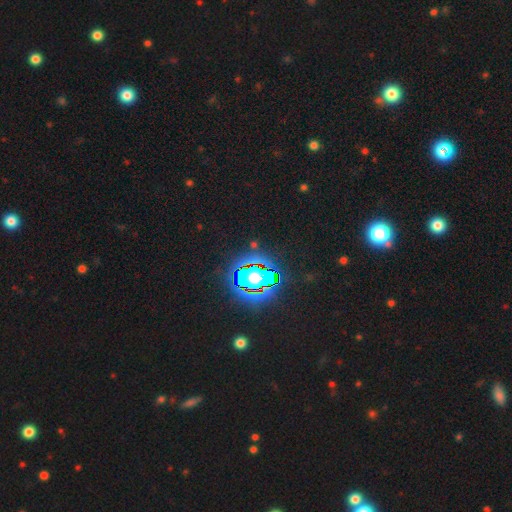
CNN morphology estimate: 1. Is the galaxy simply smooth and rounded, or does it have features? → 79% star or artifact, 12% smooth, 9% featured or disk.